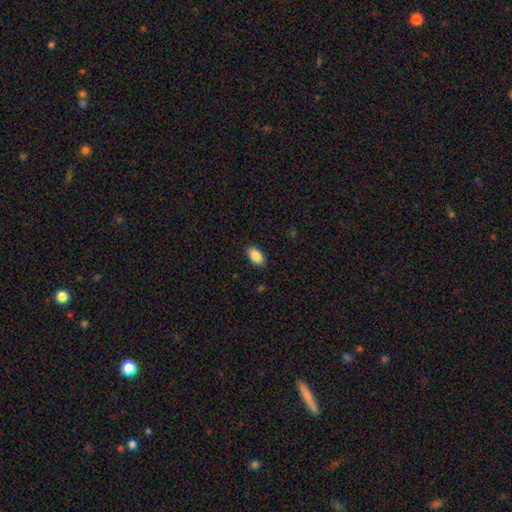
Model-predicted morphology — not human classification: A smooth galaxy with no disk features (86%) that is in between round and cigar-shaped (93%).

Vote fractions:
- Smooth or featured? smooth: 86% / star or artifact: 7% / featured or disk: 7%
- How rounded? in between: 93% / cigar-shaped: 4% / round: 3%
- Merging? none: 89% / minor disturbance: 8% / major disturbance: 2% / merger: 1%